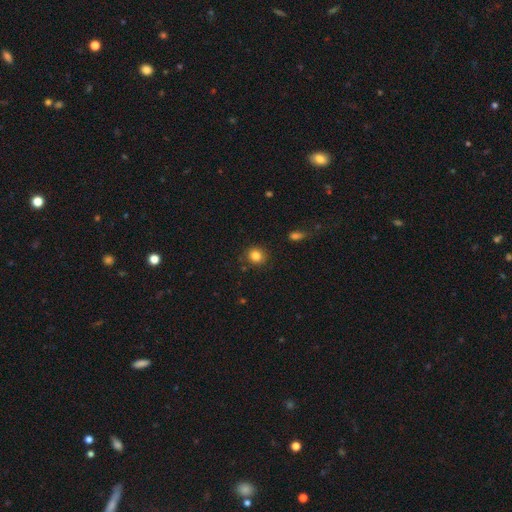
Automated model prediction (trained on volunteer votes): Overall: smooth (84%). How rounded: round (84%). Merging: none (86%).